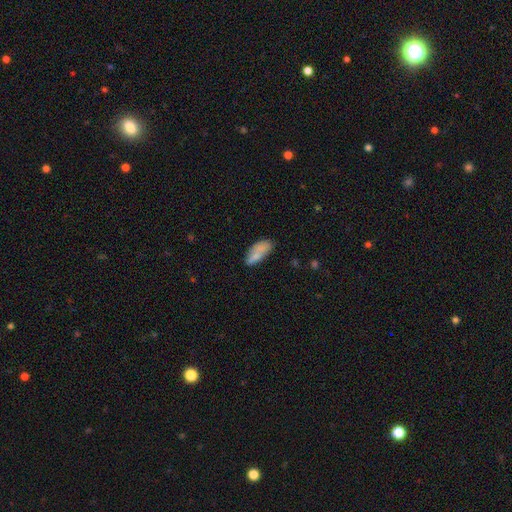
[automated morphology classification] Q: Smooth or featured?
A: smooth (77%); runner-up: featured or disk (14%)
Q: How rounded?
A: in between (79%); runner-up: cigar-shaped (19%)
Q: Merging?
A: none (60%); runner-up: minor disturbance (26%)